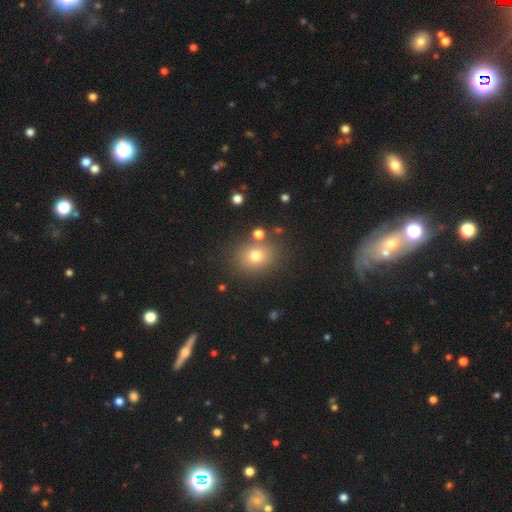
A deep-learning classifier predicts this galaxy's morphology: smooth-or-featured: smooth: 74% | star or artifact: 16% | featured or disk: 10%
  how-rounded: round: 60% | in between: 39% | cigar-shaped: 1%
  merging: none: 78% | minor disturbance: 10% | merger: 8% | major disturbance: 4%